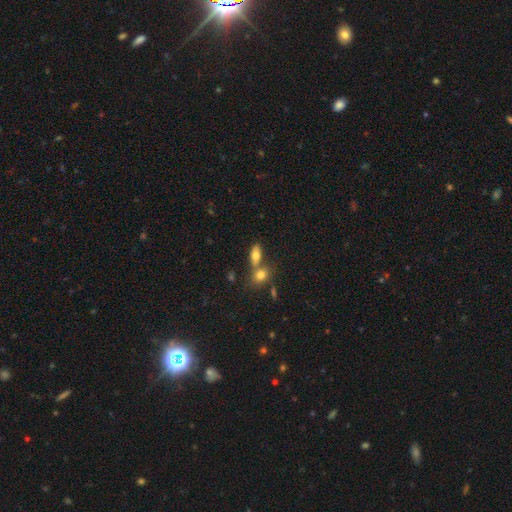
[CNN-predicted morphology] type=smooth (74%); roundness=in between (81%); merging=none (45%).